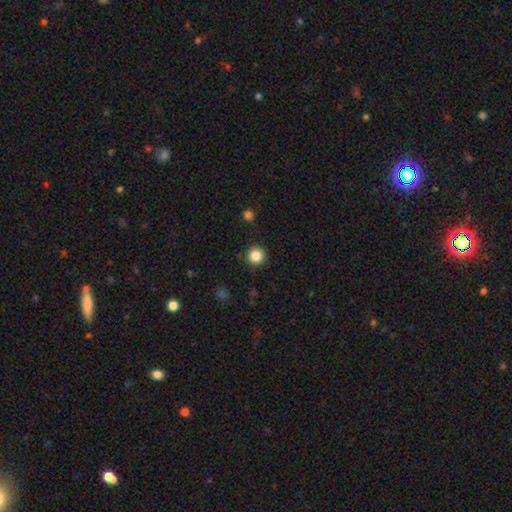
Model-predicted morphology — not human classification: Smooth or featured? Predicted: smooth (p=0.85). How rounded? Predicted: round (p=0.95). Merging? Predicted: none (p=0.91).